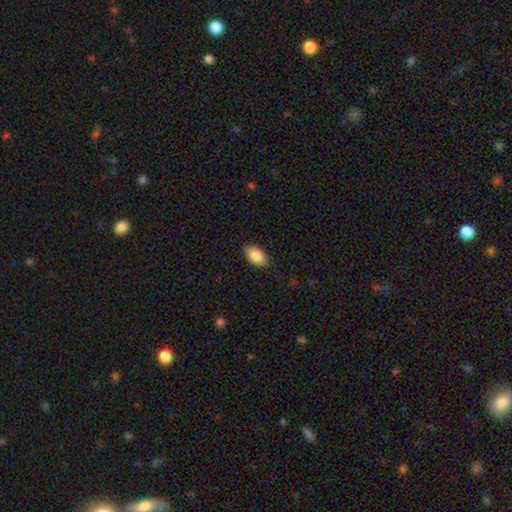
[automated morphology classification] A smooth galaxy with no disk features (88%) that is in between round and cigar-shaped (94%). Merging: none (87%).